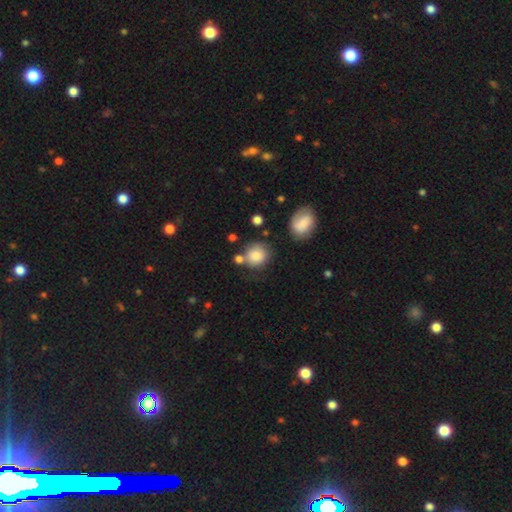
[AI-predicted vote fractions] The model was most divided on "merging": none: 63%, minor disturbance: 18%, merger: 13%, major disturbance: 6%. More confident: smooth or featured — smooth (84%); how rounded — round (81%).